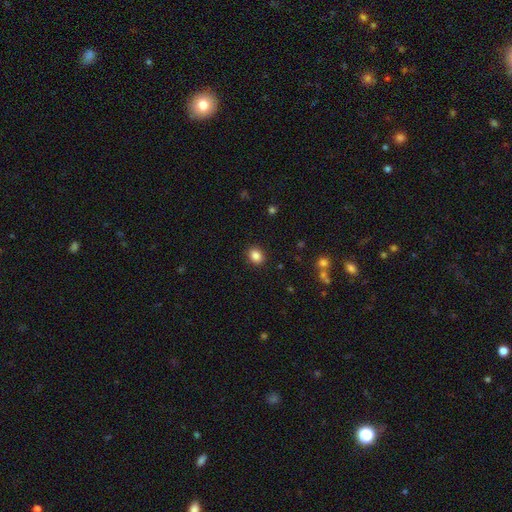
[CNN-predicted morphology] type=smooth (85%); roundness=round (58%); merging=none (91%).